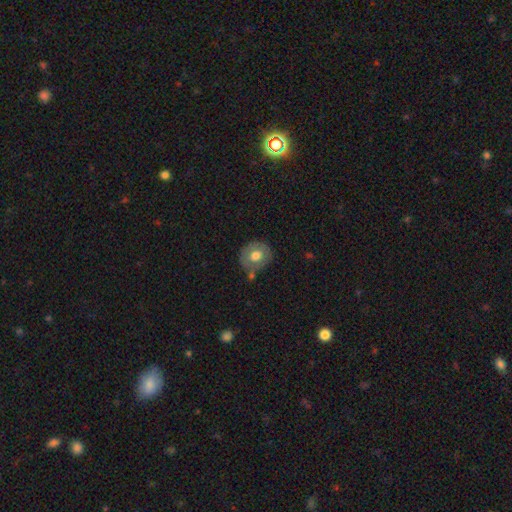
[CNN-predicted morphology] Smooth or featured? Predicted: smooth (p=0.60). How rounded? Predicted: round (p=0.69). Merging? Predicted: none (p=0.69).